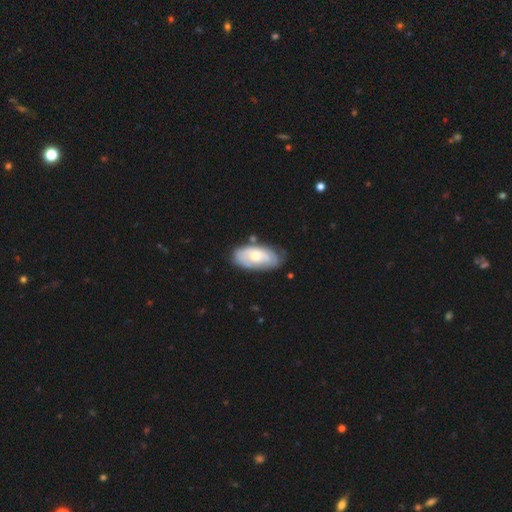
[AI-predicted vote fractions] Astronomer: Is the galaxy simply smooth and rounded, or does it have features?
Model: featured or disk — 52% (runner-up: smooth, 43%).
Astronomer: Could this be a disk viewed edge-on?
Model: no — 90%.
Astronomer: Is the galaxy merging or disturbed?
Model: none — 66%.